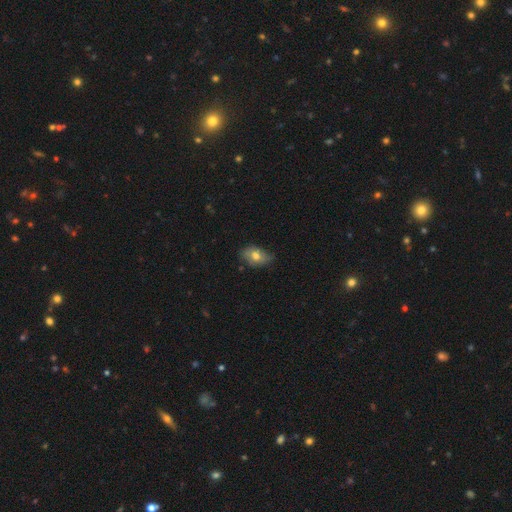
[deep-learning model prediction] A smooth galaxy with no disk features (67%) that is in between round and cigar-shaped (84%). Merging: none (61%).